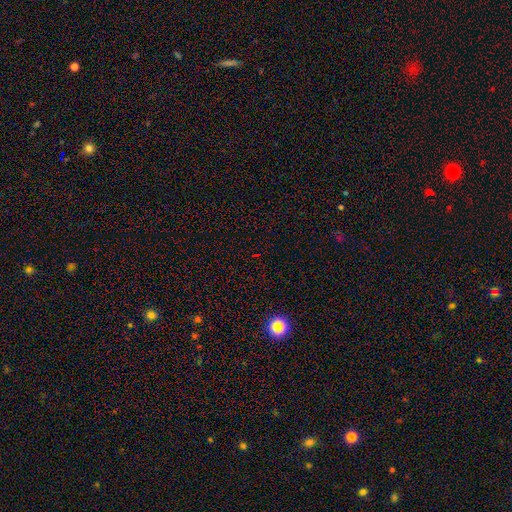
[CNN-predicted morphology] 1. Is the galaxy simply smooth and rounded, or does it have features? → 72% star or artifact, 21% smooth, 8% featured or disk.